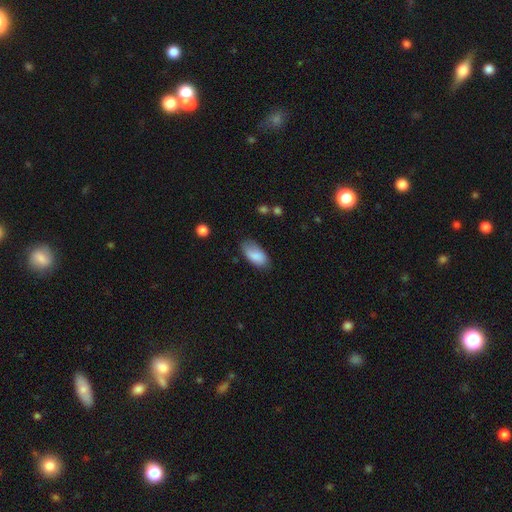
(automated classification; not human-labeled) The model was most divided on "merging": none: 71%, minor disturbance: 23%, major disturbance: 5%, merger: 2%. More confident: how rounded — in between (92%); smooth or featured — smooth (85%).